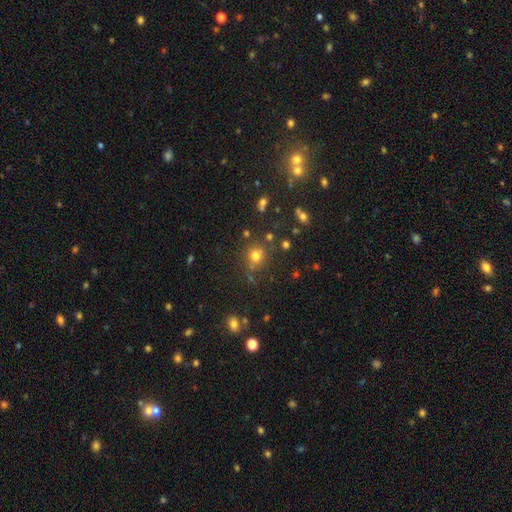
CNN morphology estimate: smooth-or-featured: smooth: 71% | star or artifact: 20% | featured or disk: 9%
  how-rounded: round: 83% | in between: 16% | cigar-shaped: 1%
  merging: none: 72% | minor disturbance: 13% | merger: 10% | major disturbance: 5%